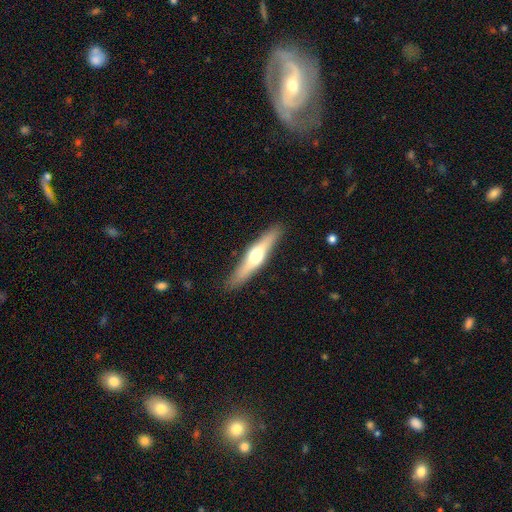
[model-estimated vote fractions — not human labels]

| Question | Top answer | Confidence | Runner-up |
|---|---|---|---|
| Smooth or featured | featured or disk | 57% | smooth (38%) |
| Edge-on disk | yes | 93% | no (7%) |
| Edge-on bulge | rounded | 92% | none (4%) |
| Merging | none | 88% | minor disturbance (9%) |